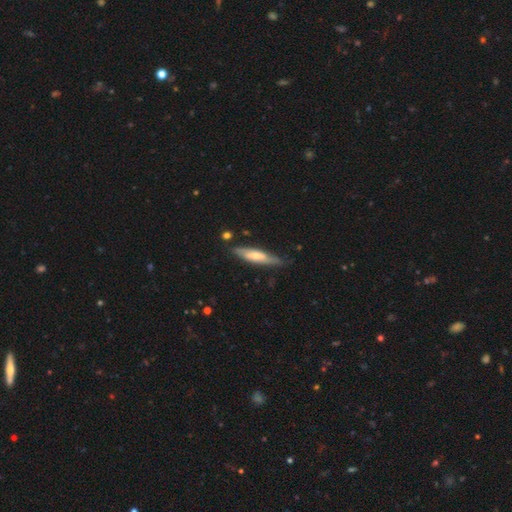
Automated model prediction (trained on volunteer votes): This appears to be a smooth galaxy with no disk features (51%) that is cigar-shaped (74%). Merging: none (74%).